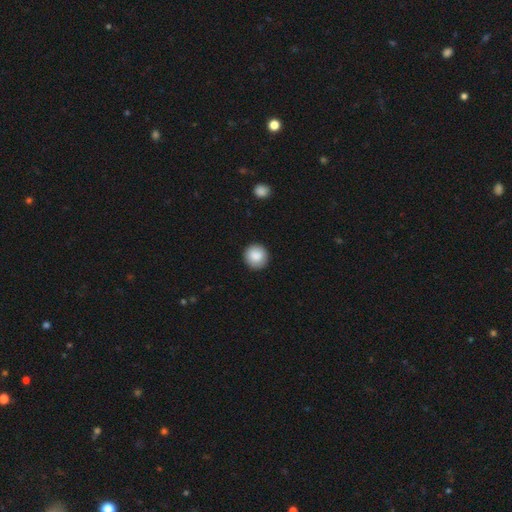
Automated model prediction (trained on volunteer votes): Smooth or featured? Predicted: smooth (p=0.88). How rounded? Predicted: round (p=0.93). Merging? Predicted: none (p=0.90).